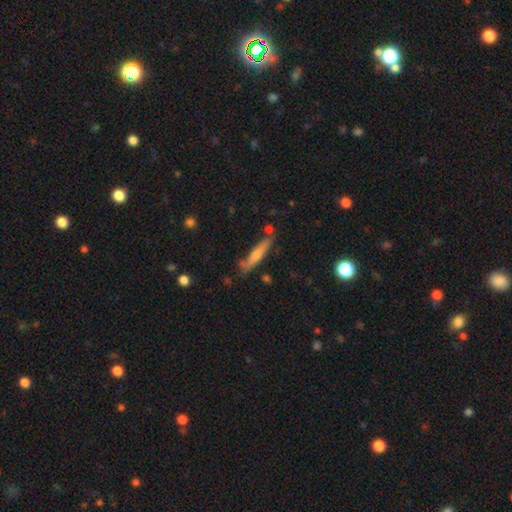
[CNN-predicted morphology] Smooth or featured? smooth (53%)
How rounded? cigar-shaped (91%)
Merging? none (74%)